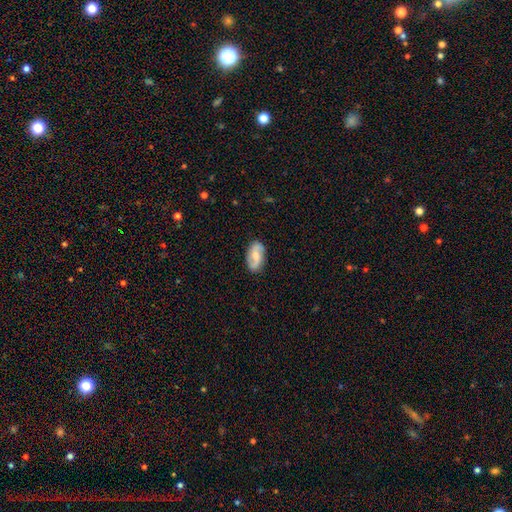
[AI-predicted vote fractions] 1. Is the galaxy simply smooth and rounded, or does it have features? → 64% featured or disk, 30% smooth, 6% star or artifact.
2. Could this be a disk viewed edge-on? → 96% no, 4% yes.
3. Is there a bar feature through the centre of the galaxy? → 45% weak, 42% no, 13% strong.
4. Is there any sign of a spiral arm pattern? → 92% yes, 8% no.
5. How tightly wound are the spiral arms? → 45% loose, 38% medium, 17% tight.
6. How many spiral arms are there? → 90% 2, 5% can't tell, 2% 1, 1% 3, 1% 4, 1% more than 4.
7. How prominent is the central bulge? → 45% moderate, 32% small, 14% none, 8% large, 2% dominant.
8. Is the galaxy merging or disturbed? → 84% none, 12% minor disturbance, 3% major disturbance, 1% merger.